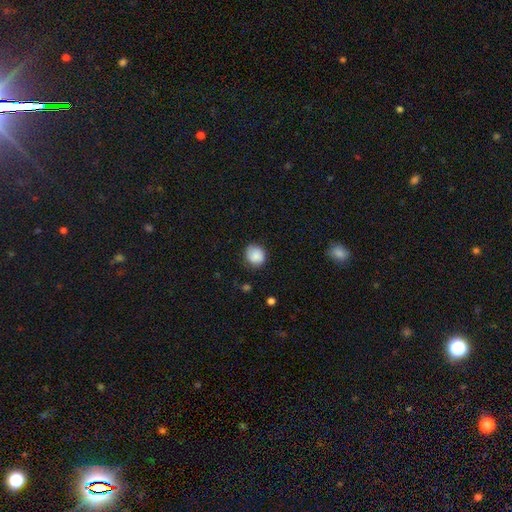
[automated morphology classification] The model was most divided on "how rounded": round: 80%, in between: 19%, cigar-shaped: 1%. More confident: smooth or featured — smooth (87%); merging — none (81%).